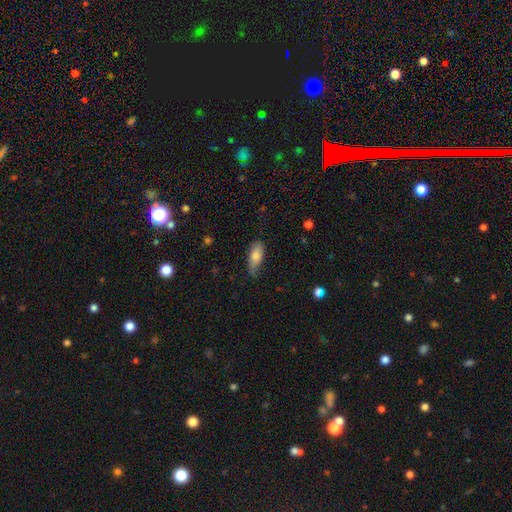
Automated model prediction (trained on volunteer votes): smooth-or-featured: smooth: 81% | featured or disk: 13% | star or artifact: 7%
  how-rounded: in between: 81% | cigar-shaped: 16% | round: 2%
  merging: none: 62% | minor disturbance: 30% | major disturbance: 7% | merger: 1%